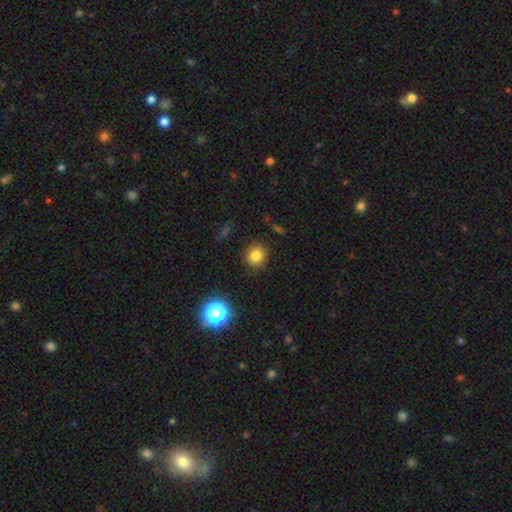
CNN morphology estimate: A smooth galaxy with no disk features (81%) that is round (86%).

Vote fractions:
- Smooth or featured? smooth: 81% / star or artifact: 13% / featured or disk: 6%
- How rounded? round: 86% / in between: 13% / cigar-shaped: 1%
- Merging? none: 88% / minor disturbance: 8% / major disturbance: 3% / merger: 2%